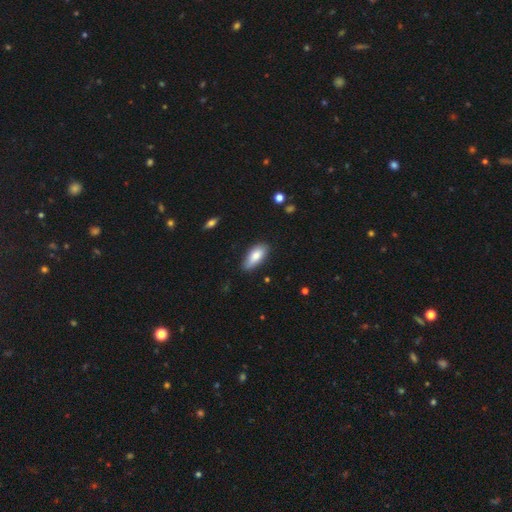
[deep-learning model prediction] Smooth or featured?
  - smooth: 81% *
  - featured or disk: 12%
  - star or artifact: 6%
How rounded?
  - in between: 87% *
  - cigar-shaped: 11%
  - round: 2%
Merging?
  - none: 76% *
  - minor disturbance: 20%
  - major disturbance: 3%
  - merger: 2%